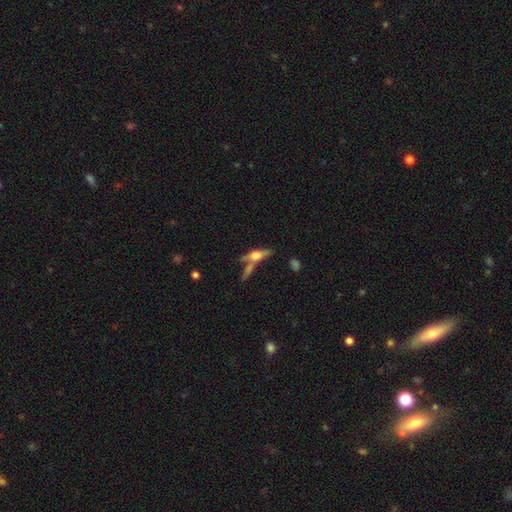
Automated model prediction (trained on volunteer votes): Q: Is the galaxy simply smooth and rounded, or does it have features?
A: featured or disk — 58%.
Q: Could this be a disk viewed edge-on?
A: yes — 92%.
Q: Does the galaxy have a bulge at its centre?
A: rounded — 91%.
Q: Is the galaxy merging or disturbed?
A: none — 56%.